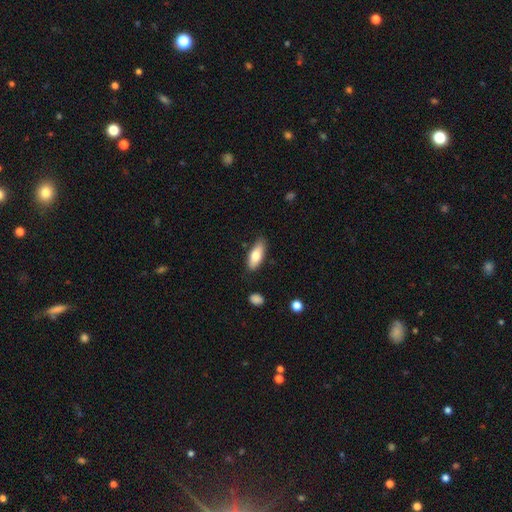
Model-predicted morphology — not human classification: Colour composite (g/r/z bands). It shows a smooth galaxy with no disk features (74%) that is in between round and cigar-shaped (71%). Merging: none (79%).